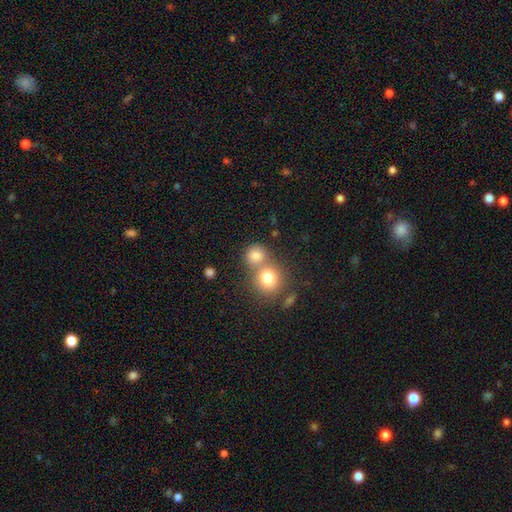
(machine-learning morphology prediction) smooth 79%, star or artifact 12%, featured or disk 9%. Down the decision tree: how rounded — round (85%); merging — none (46%).